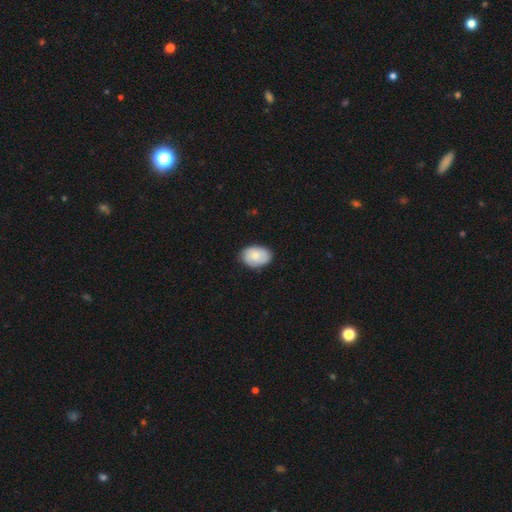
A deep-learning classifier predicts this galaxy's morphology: Smooth or featured? Predicted: smooth (p=0.73). How rounded? Predicted: in between (p=0.83). Merging? Predicted: none (p=0.81).